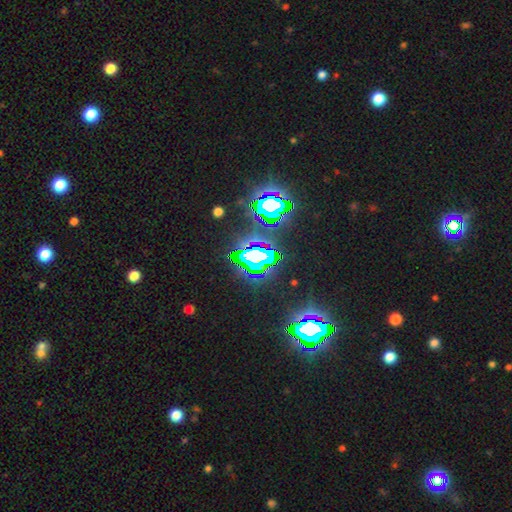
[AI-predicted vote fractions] Smooth or featured? star or artifact (75%)